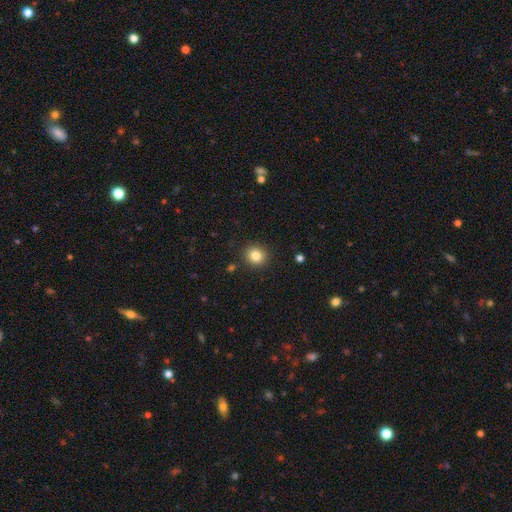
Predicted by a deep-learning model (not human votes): smooth_or_featured: smooth (p=0.83) [alt: star or artifact p=0.11]
how_rounded: round (p=0.87) [alt: in between p=0.12]
merging: none (p=0.90) [alt: minor disturbance p=0.06]